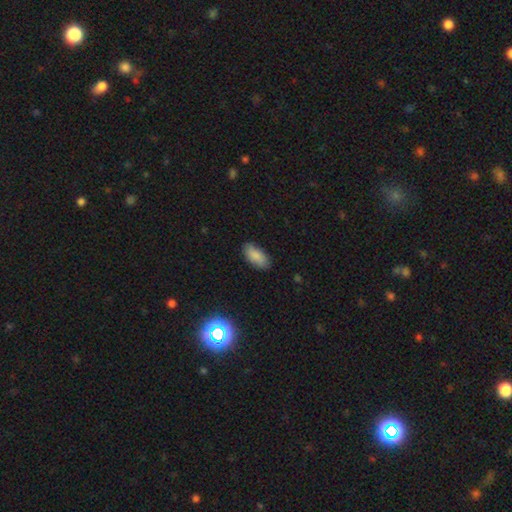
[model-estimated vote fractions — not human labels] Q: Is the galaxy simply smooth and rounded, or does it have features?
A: smooth — 86%.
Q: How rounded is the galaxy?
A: in between — 90%.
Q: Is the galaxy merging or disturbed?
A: none — 83%.